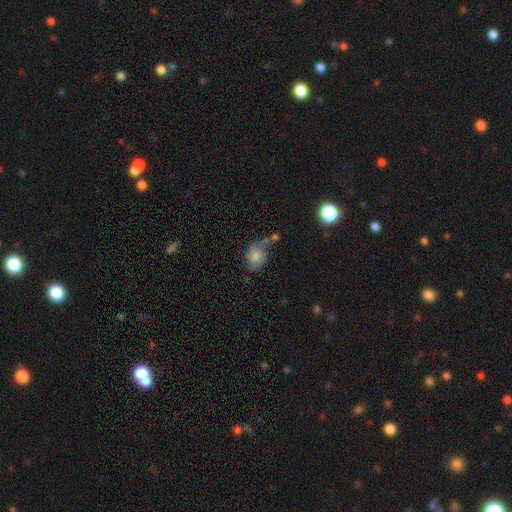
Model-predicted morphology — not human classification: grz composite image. It shows a smooth galaxy with no disk features (70%) that is in between round and cigar-shaped (58%). Merging: none (38%).